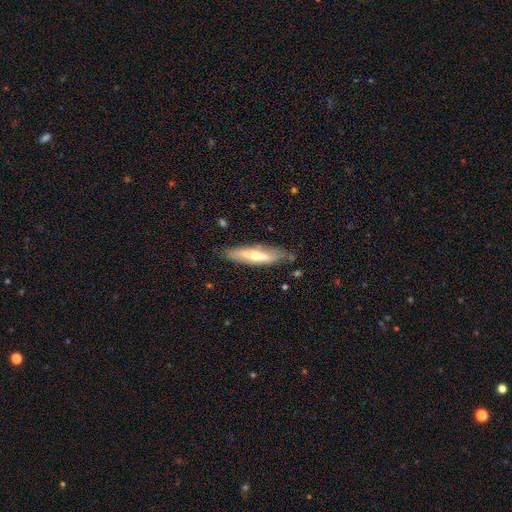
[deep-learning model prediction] smooth_or_featured: smooth (p=0.49) [alt: featured or disk p=0.45]
merging: none (p=0.75) [alt: minor disturbance p=0.18]